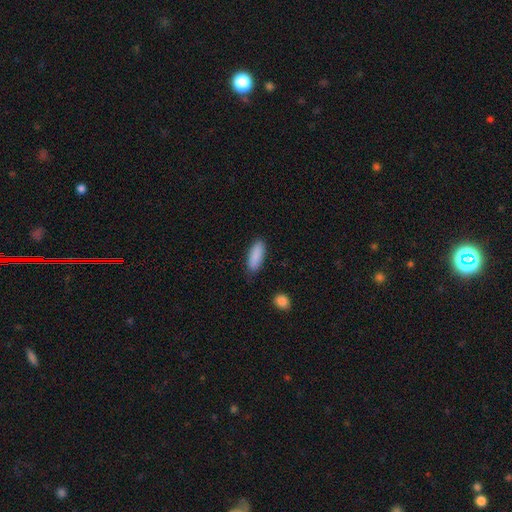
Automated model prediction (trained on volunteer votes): This is clearly a smooth galaxy (89%). How rounded: likely in between (70%). Merging: clearly none (82%).